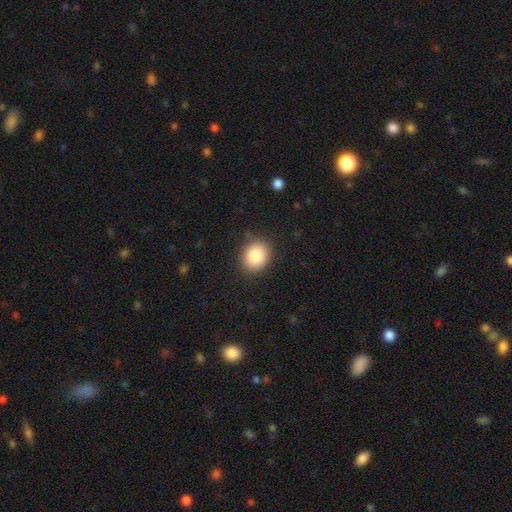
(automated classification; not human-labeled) Smooth or featured? Predicted: smooth (p=0.85). How rounded? Predicted: round (p=0.69). Merging? Predicted: none (p=0.87).